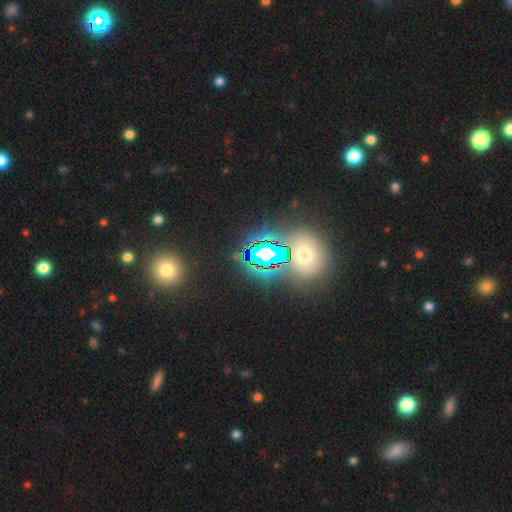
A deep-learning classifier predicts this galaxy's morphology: Smooth or featured? star or artifact (73%)